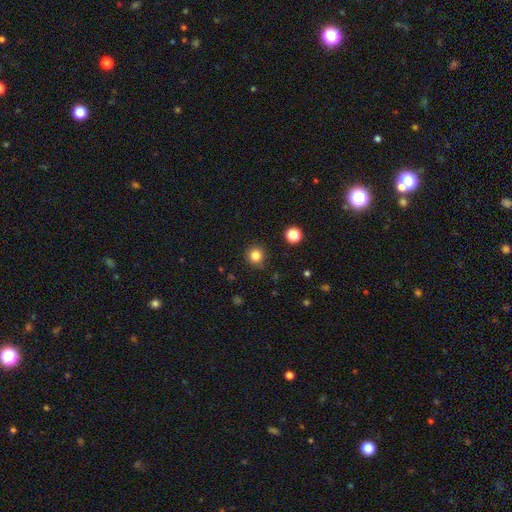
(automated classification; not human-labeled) Morphology: type=smooth (82%); roundness=round (93%); merging=none (88%).